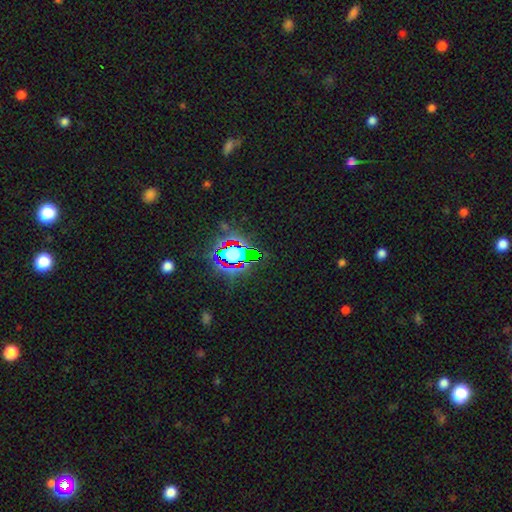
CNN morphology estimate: Smooth or featured?
  - star or artifact: 80% *
  - smooth: 12%
  - featured or disk: 8%